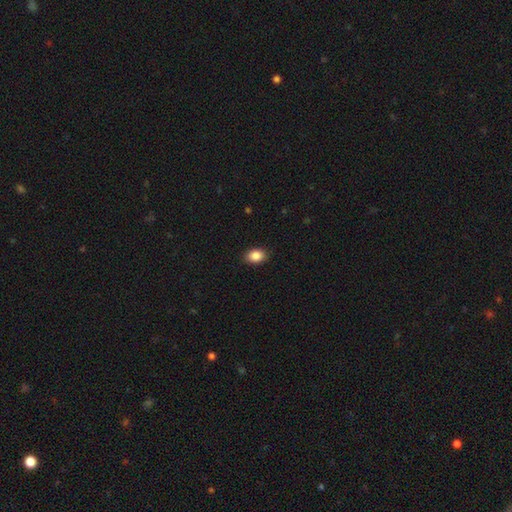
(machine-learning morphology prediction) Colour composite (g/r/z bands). It shows a smooth galaxy with no disk features (88%) that is in between round and cigar-shaped (79%). Merging: none (89%).